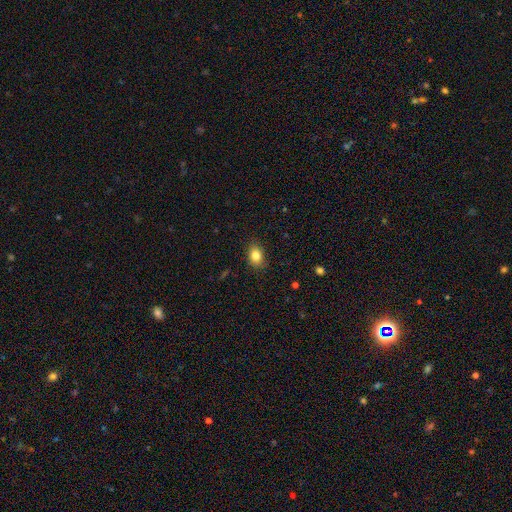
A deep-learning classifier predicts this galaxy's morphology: smooth 84%, star or artifact 10%, featured or disk 6%. Down the decision tree: how rounded — in between (67%); merging — none (85%).